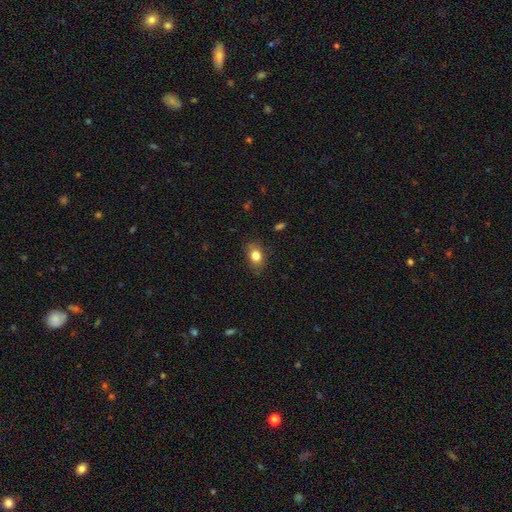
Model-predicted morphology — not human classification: A smooth galaxy with no disk features (82%) that is in between round and cigar-shaped (76%).

Vote fractions:
- Smooth or featured? smooth: 82% / featured or disk: 9% / star or artifact: 9%
- How rounded? in between: 76% / round: 23% / cigar-shaped: 2%
- Merging? none: 78% / minor disturbance: 17% / major disturbance: 4% / merger: 1%